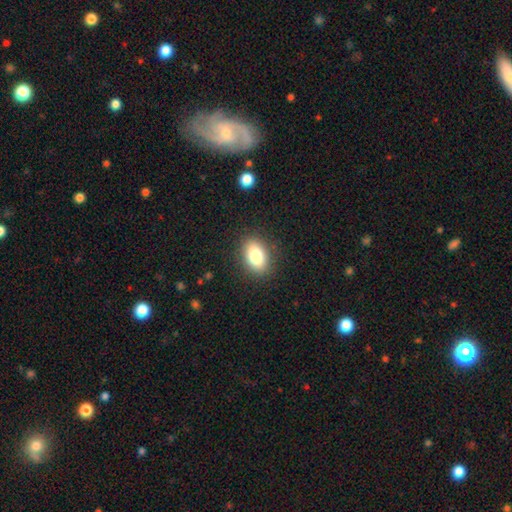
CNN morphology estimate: smooth-or-featured: smooth: 80% | featured or disk: 12% | star or artifact: 9%
  how-rounded: in between: 84% | round: 14% | cigar-shaped: 2%
  merging: none: 87% | minor disturbance: 9% | major disturbance: 3% | merger: 1%